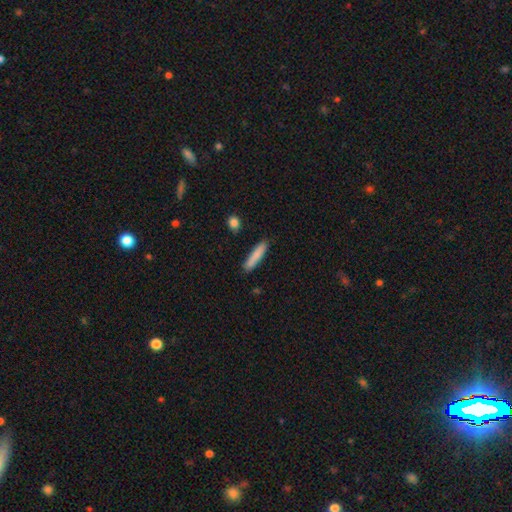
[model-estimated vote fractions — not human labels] Morphology: type=smooth (85%); roundness=cigar-shaped (87%); merging=none (88%).